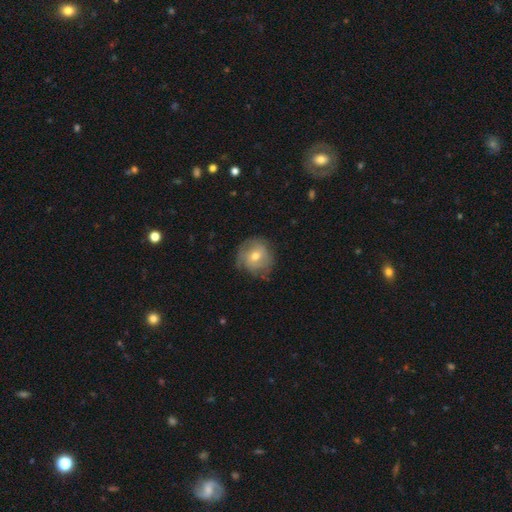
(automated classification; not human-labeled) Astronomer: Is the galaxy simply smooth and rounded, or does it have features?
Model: smooth — 52% (runner-up: featured or disk, 40%).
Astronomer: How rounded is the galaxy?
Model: round — 88%.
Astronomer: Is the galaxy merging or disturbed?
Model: none — 66%.